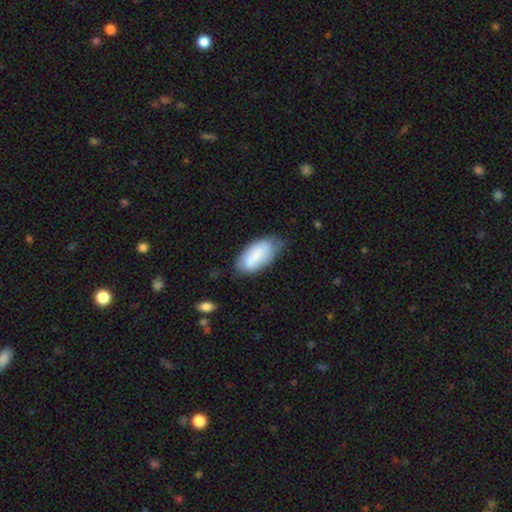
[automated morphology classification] This appears to be a smooth galaxy with no disk features (75%) that is in between round and cigar-shaped (92%). Merging: none (57%).